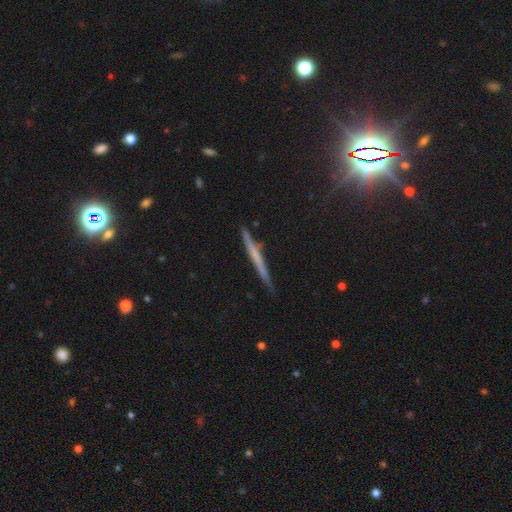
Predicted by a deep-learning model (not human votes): Q: Smooth or featured?
A: featured or disk (53%); runner-up: smooth (38%)
Q: Edge-on disk?
A: yes (96%); runner-up: no (4%)
Q: Edge-on bulge?
A: none (76%); runner-up: rounded (16%)
Q: Merging?
A: none (85%); runner-up: minor disturbance (11%)